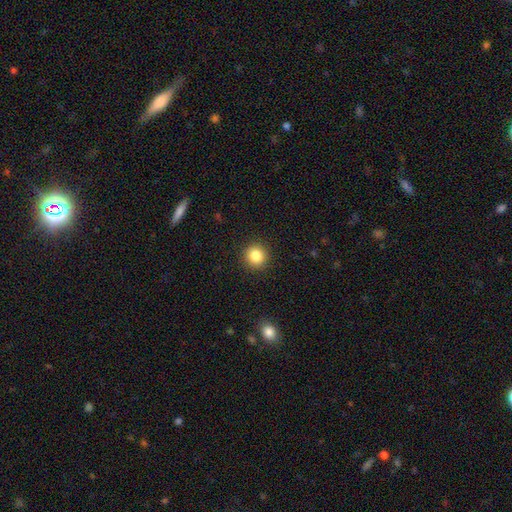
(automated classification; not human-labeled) This is clearly a smooth galaxy (84%). How rounded: clearly round (94%). Merging: clearly none (92%).